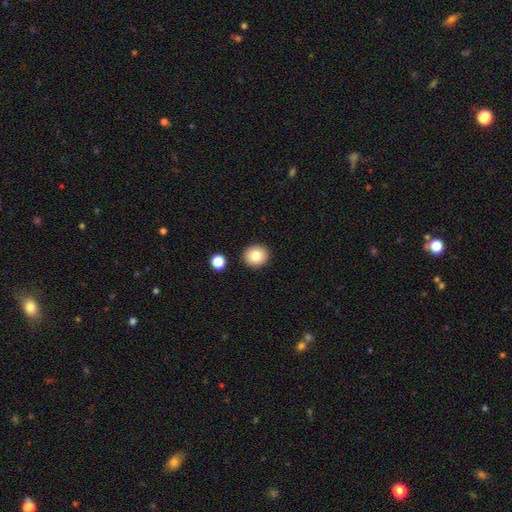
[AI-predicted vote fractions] Overall: smooth (81%). How rounded: round (85%). Merging: none (90%).